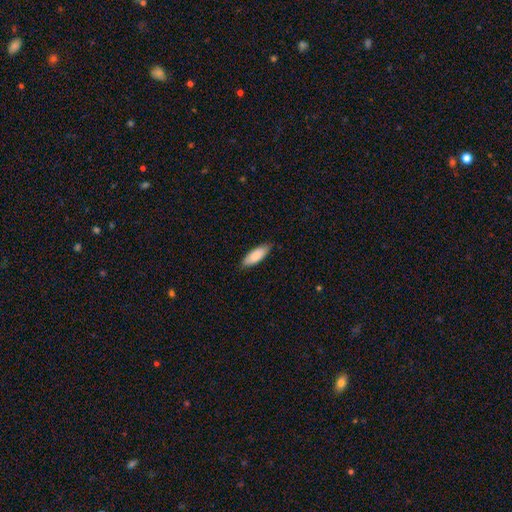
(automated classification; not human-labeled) Q: Smooth or featured?
A: smooth (87%); runner-up: featured or disk (7%)
Q: How rounded?
A: in between (68%); runner-up: cigar-shaped (31%)
Q: Merging?
A: none (83%); runner-up: minor disturbance (14%)